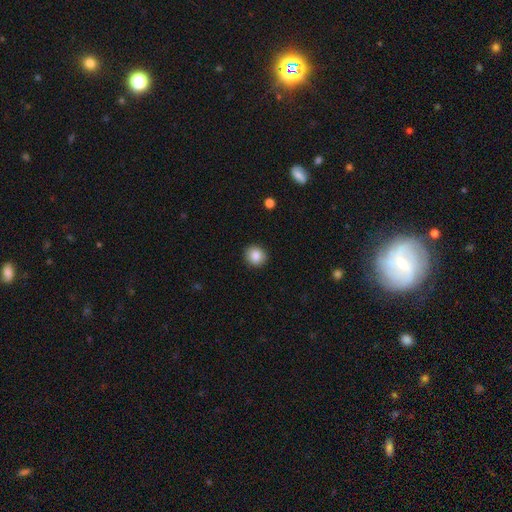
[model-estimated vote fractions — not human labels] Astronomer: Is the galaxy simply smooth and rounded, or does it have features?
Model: smooth — 86%.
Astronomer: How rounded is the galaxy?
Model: round — 86%.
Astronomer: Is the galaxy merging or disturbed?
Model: none — 91%.